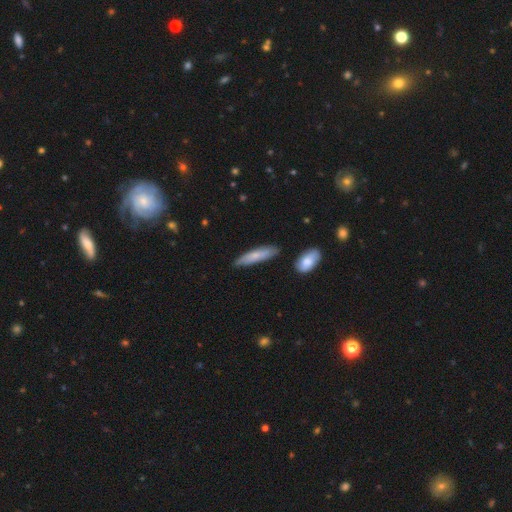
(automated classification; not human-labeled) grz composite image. It shows a smooth galaxy with no disk features (70%) that is cigar-shaped (77%). Merging: none (80%).